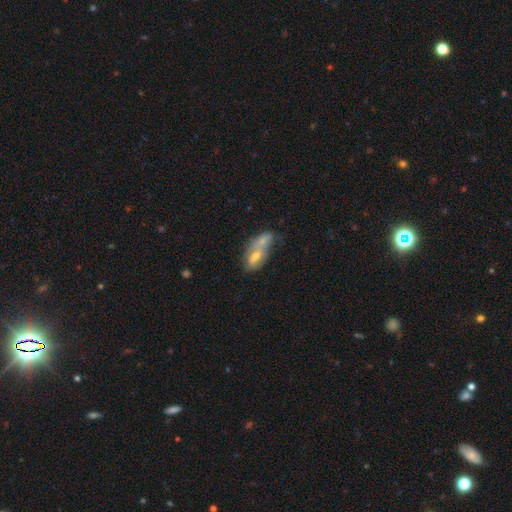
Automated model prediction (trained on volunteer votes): Morphology: type=smooth (49%); merging=merger (52%).